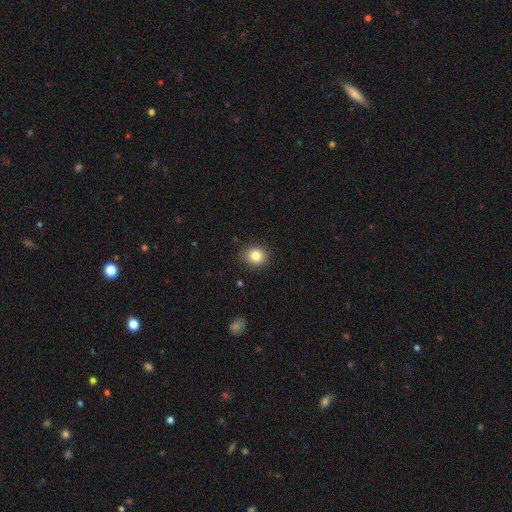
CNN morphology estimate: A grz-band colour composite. It shows a smooth galaxy with no disk features (84%) that is round (72%). Merging: none (86%).